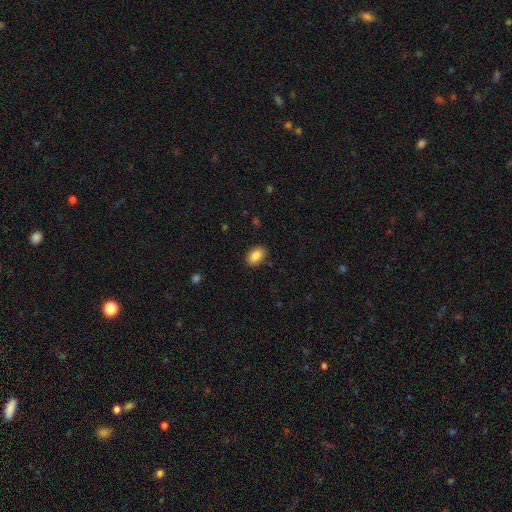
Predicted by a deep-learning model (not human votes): Smooth or featured: smooth — 88% (star or artifact — 7%)
How rounded: in between — 90% (round — 9%)
Merging: none — 88% (minor disturbance — 9%)